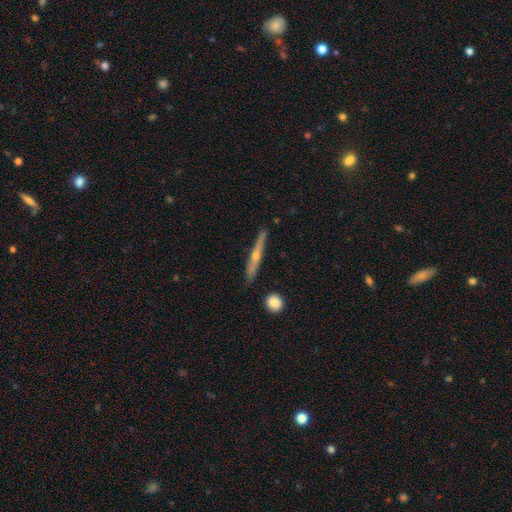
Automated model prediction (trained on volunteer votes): smooth_or_featured: featured or disk (p=0.67) [alt: smooth p=0.26]
disk_edge_on: yes (p=0.96) [alt: no p=0.04]
edge_on_bulge: rounded (p=0.86) [alt: none p=0.12]
merging: none (p=0.87) [alt: minor disturbance p=0.09]